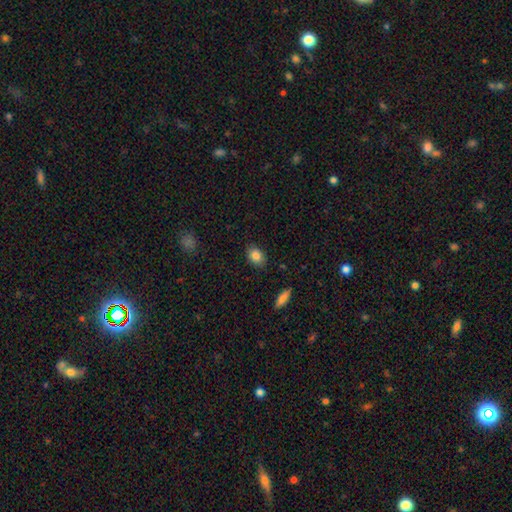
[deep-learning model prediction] A smooth galaxy with no disk features (85%) that is in between round and cigar-shaped (74%). Merging: none (86%).